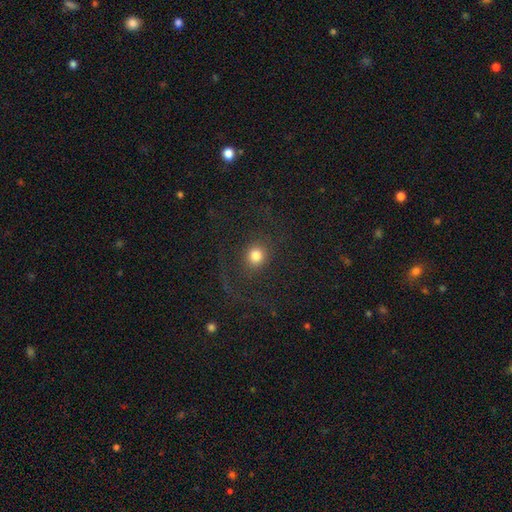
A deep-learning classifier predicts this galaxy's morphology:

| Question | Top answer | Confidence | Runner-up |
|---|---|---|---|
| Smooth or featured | smooth | 72% | featured or disk (14%) |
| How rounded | round | 84% | in between (14%) |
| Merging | none | 74% | major disturbance (14%) |